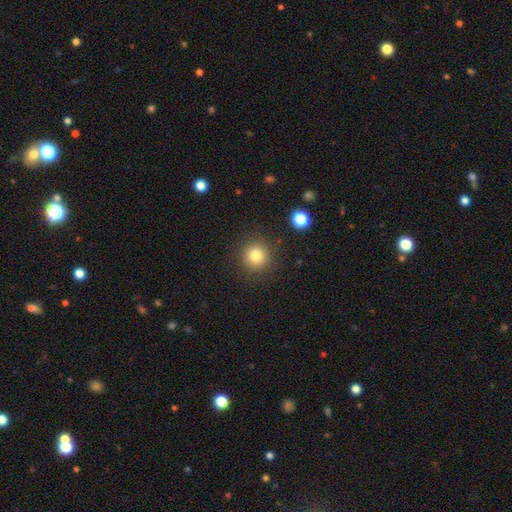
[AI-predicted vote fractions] Morphology: type=smooth (80%); roundness=round (94%); merging=none (89%).